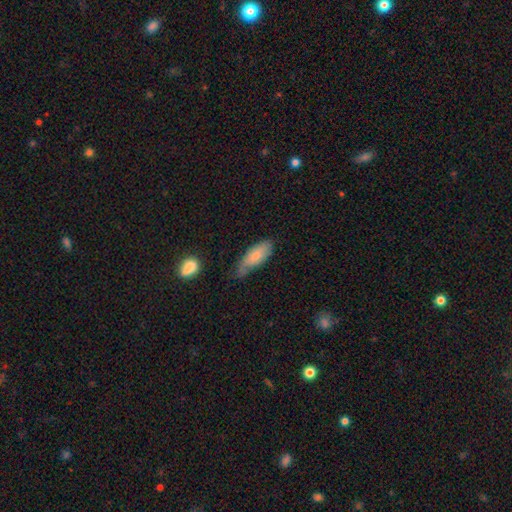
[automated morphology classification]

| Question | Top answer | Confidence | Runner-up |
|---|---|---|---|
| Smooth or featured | smooth | 75% | featured or disk (19%) |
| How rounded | in between | 77% | cigar-shaped (21%) |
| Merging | none | 45% | minor disturbance (40%) |